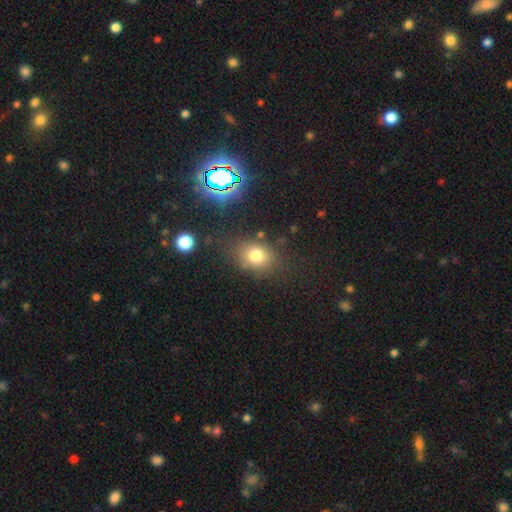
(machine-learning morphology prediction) Q: Smooth or featured?
A: smooth (75%); runner-up: star or artifact (15%)
Q: How rounded?
A: round (56%); runner-up: in between (43%)
Q: Merging?
A: none (73%); runner-up: minor disturbance (15%)